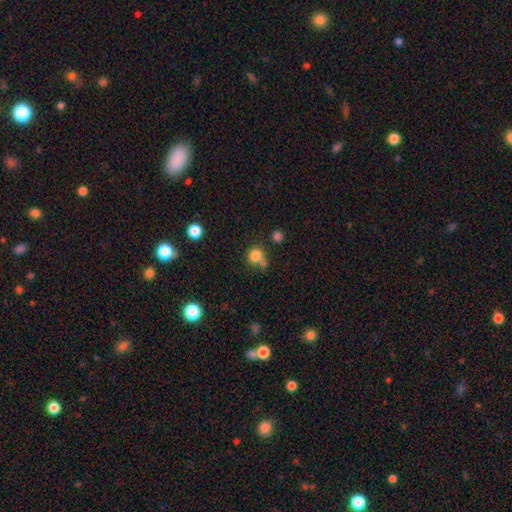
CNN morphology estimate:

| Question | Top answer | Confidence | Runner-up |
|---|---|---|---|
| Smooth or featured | smooth | 81% | star or artifact (13%) |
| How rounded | round | 84% | in between (15%) |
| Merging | none | 53% | merger (24%) |